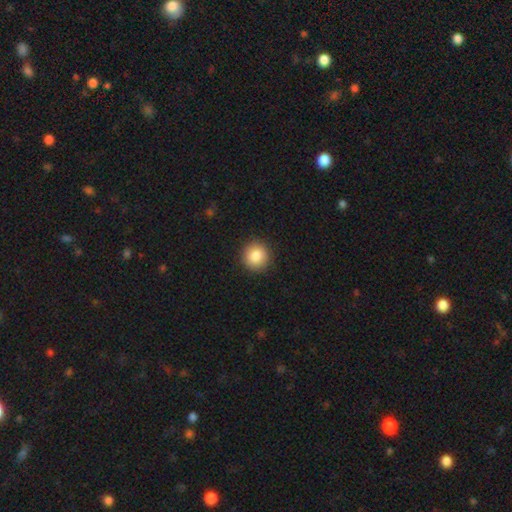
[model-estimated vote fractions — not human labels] smooth-or-featured: smooth: 85% | star or artifact: 9% | featured or disk: 6%
  how-rounded: round: 93% | in between: 6% | cigar-shaped: 1%
  merging: none: 92% | minor disturbance: 6% | major disturbance: 2% | merger: 1%